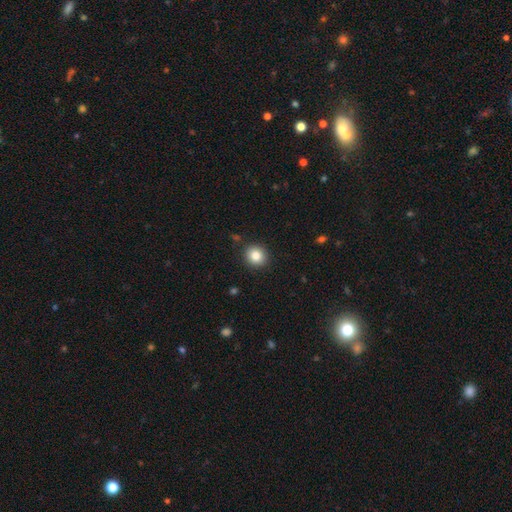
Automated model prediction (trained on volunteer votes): Morphology: type=smooth (83%); roundness=round (88%); merging=none (90%).